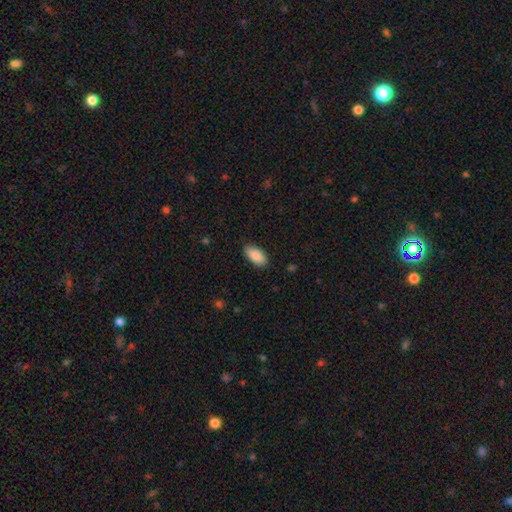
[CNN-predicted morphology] smooth_or_featured: smooth (p=0.90) [alt: star or artifact p=0.06]
how_rounded: in between (p=0.94) [alt: cigar-shaped p=0.04]
merging: none (p=0.87) [alt: minor disturbance p=0.10]